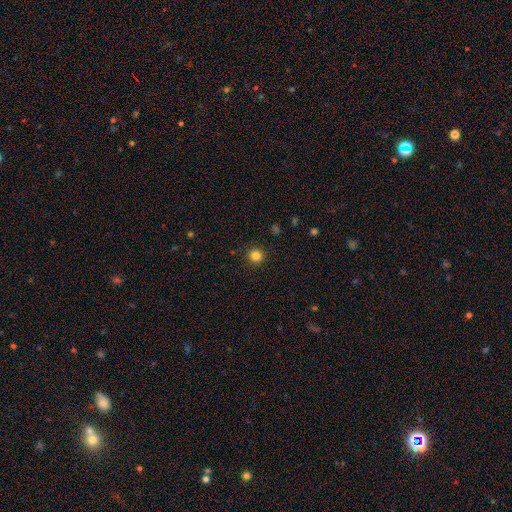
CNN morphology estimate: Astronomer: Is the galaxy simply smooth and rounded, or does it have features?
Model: smooth — 83%.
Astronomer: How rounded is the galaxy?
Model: round — 95%.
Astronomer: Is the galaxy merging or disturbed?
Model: none — 92%.